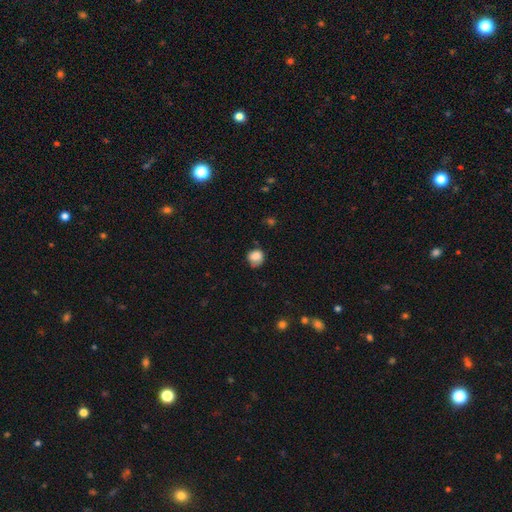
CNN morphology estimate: Smooth or featured?
  - smooth: 83% *
  - star or artifact: 9%
  - featured or disk: 8%
How rounded?
  - round: 75% *
  - in between: 24%
  - cigar-shaped: 1%
Merging?
  - none: 56% *
  - minor disturbance: 32%
  - major disturbance: 9%
  - merger: 3%